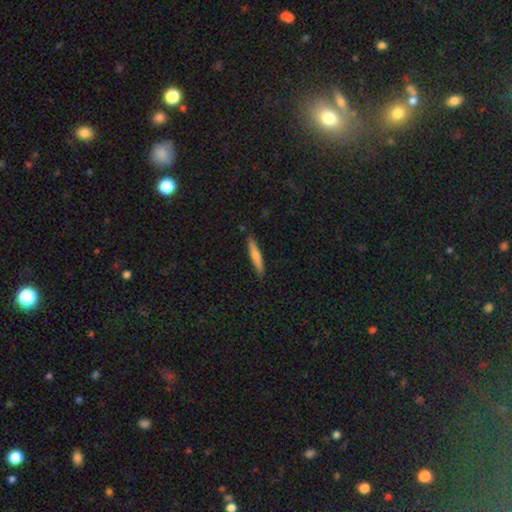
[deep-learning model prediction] Smooth or featured?
  - smooth: 70% *
  - featured or disk: 25%
  - star or artifact: 6%
How rounded?
  - cigar-shaped: 92% *
  - in between: 6%
  - round: 1%
Merging?
  - none: 86% *
  - minor disturbance: 11%
  - major disturbance: 2%
  - merger: 1%